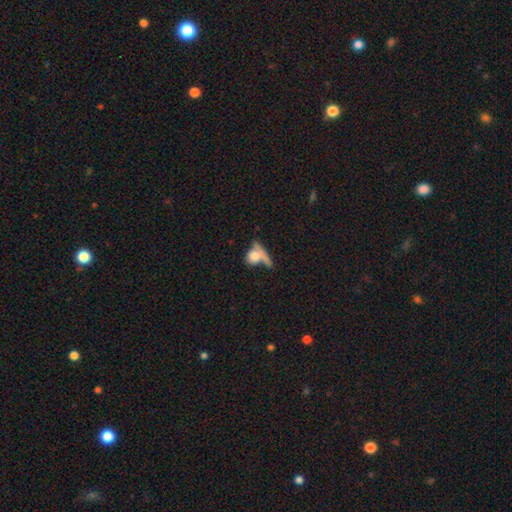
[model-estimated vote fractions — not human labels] smooth-or-featured: smooth: 69% | featured or disk: 20% | star or artifact: 10%
  how-rounded: round: 46% | in between: 40% | cigar-shaped: 14%
  merging: merger: 36% | none: 35% | major disturbance: 16% | minor disturbance: 13%